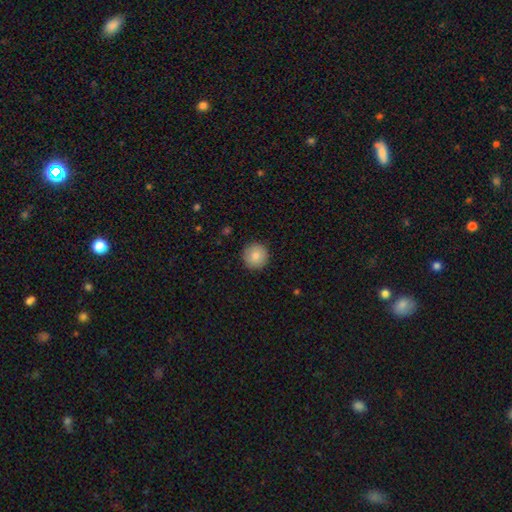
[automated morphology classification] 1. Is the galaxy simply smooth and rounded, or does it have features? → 84% smooth, 8% featured or disk, 8% star or artifact.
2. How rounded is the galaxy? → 96% round, 3% in between, 1% cigar-shaped.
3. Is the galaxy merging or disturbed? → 92% none, 6% minor disturbance, 2% major disturbance, 1% merger.